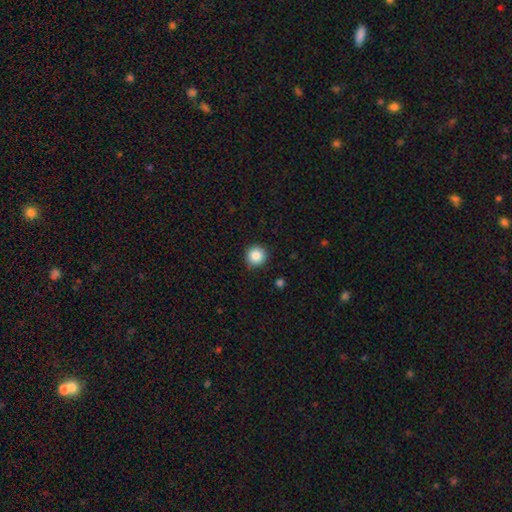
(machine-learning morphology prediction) The model was most divided on "smooth or featured": smooth: 86%, star or artifact: 9%, featured or disk: 4%. More confident: how rounded — round (95%); merging — none (91%).